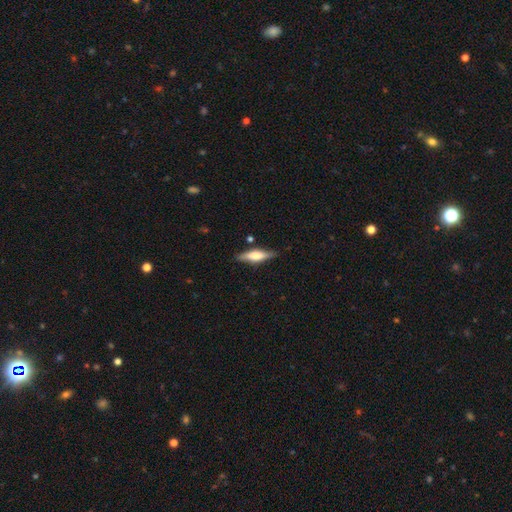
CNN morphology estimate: Smooth or featured? featured or disk (49%)
Merging? none (82%)